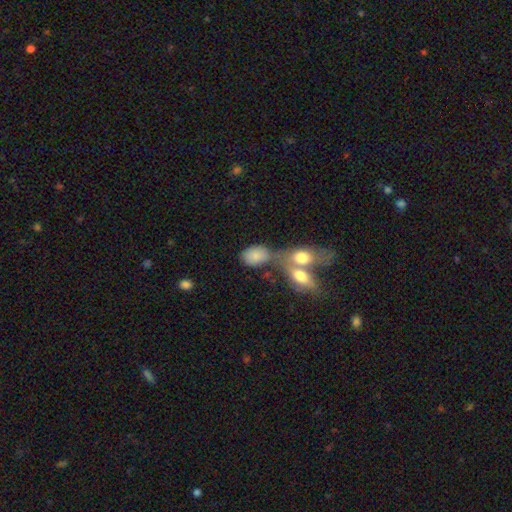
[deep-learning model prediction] A smooth galaxy with no disk features (79%) that is in between round and cigar-shaped (82%). Merging: merger (42%).